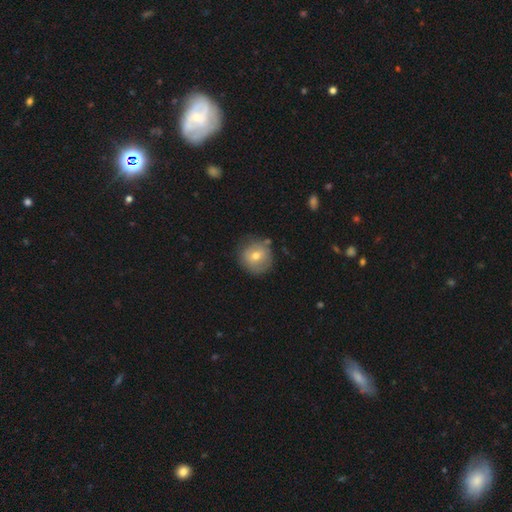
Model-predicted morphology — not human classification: smooth 69%, featured or disk 23%, star or artifact 9%. Down the decision tree: how rounded — round (91%); merging — none (76%).